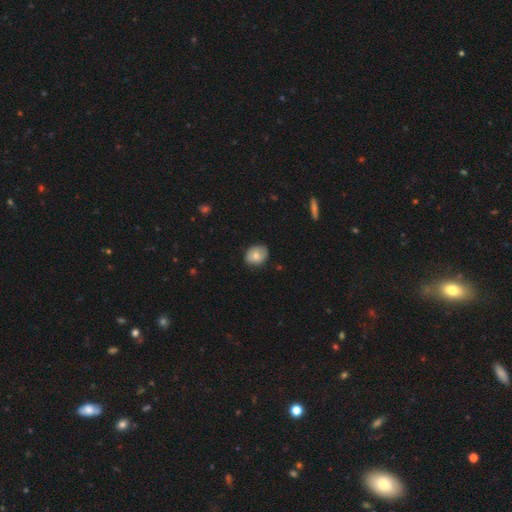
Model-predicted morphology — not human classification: This is likely a smooth galaxy (75%). How rounded: possibly in between (54%). Merging: likely none (78%).